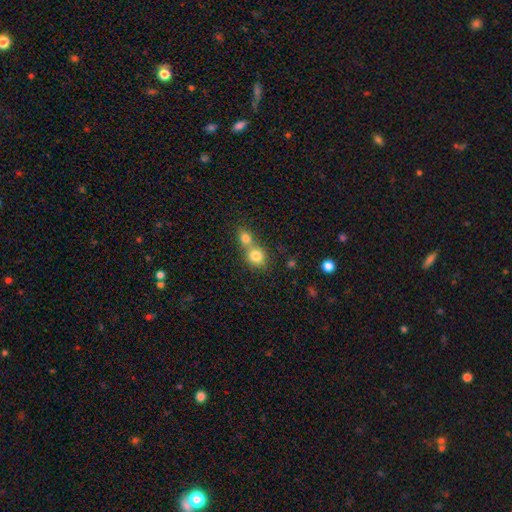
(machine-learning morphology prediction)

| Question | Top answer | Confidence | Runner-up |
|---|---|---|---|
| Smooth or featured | smooth | 80% | star or artifact (11%) |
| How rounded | round | 79% | in between (20%) |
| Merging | merger | 56% | none (35%) |